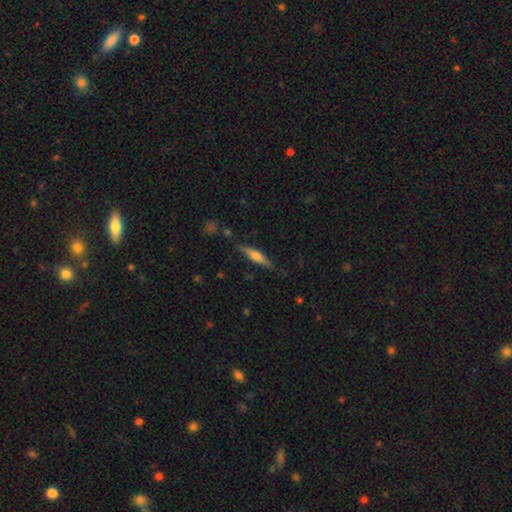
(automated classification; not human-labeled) The model was most divided on "smooth or featured": featured or disk: 52%, smooth: 41%, star or artifact: 7%. More confident: edge-on disk — yes (95%); merging — none (83%).